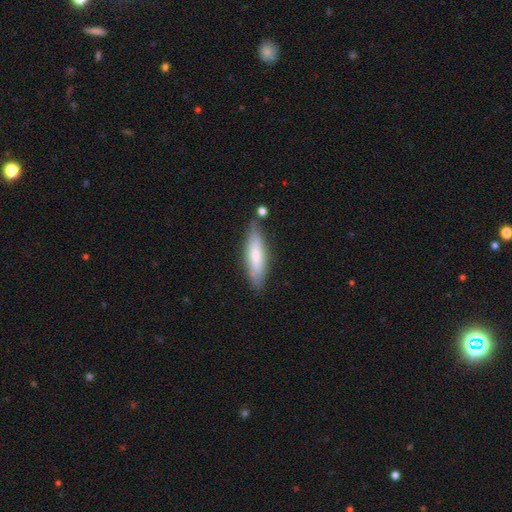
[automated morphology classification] Smooth or featured: smooth — 67% (featured or disk — 27%)
How rounded: cigar-shaped — 64% (in between — 35%)
Merging: none — 75% (minor disturbance — 16%)